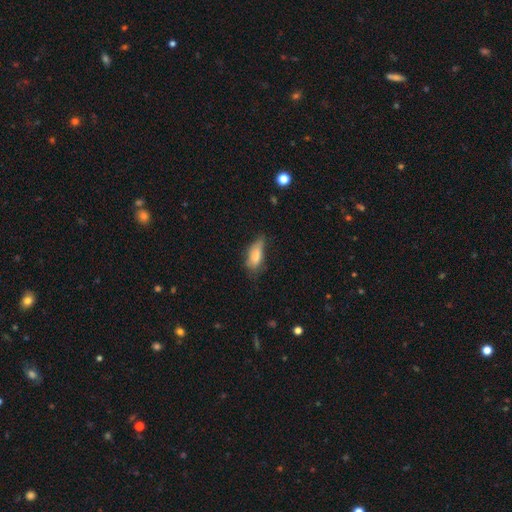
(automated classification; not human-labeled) This appears to be a smooth galaxy with no disk features (79%) that is in between round and cigar-shaped (81%). Merging: none (43%).